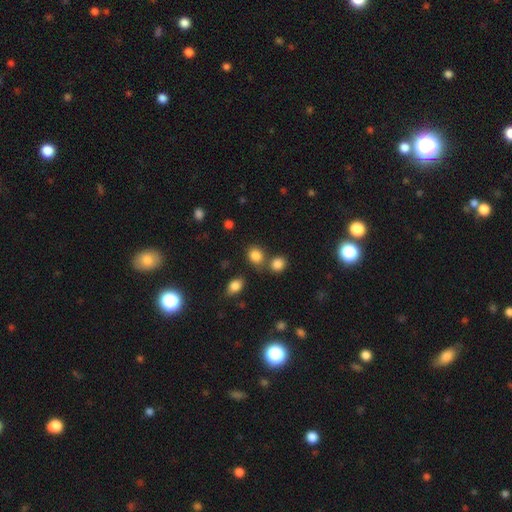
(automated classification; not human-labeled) Smooth or featured?
  - smooth: 84% *
  - star or artifact: 11%
  - featured or disk: 5%
How rounded?
  - round: 55% *
  - in between: 44%
  - cigar-shaped: 1%
Merging?
  - none: 66% *
  - merger: 20%
  - minor disturbance: 11%
  - major disturbance: 4%